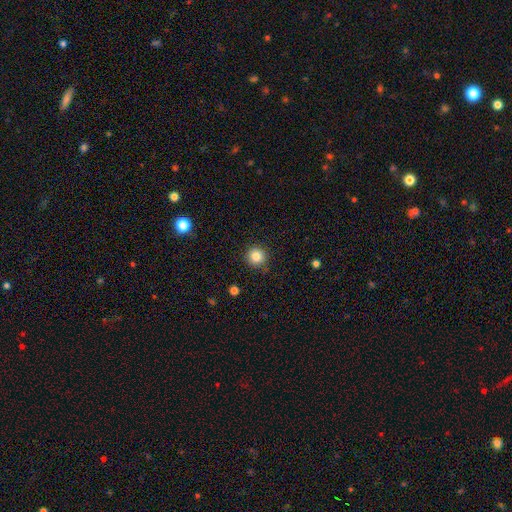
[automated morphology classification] Smooth or featured? Predicted: smooth (p=0.84). How rounded? Predicted: round (p=0.95). Merging? Predicted: none (p=0.90).